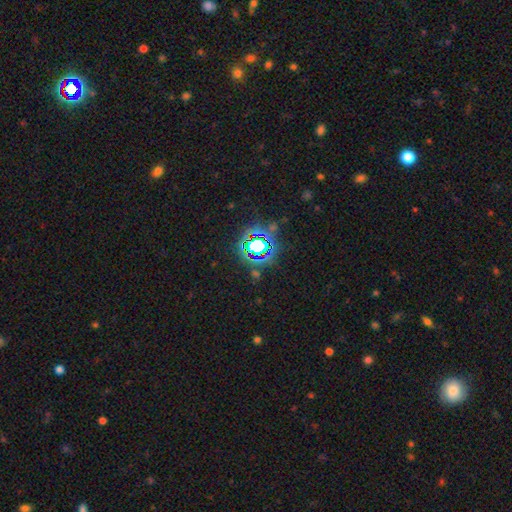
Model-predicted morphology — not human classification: type=star or artifact (73%).